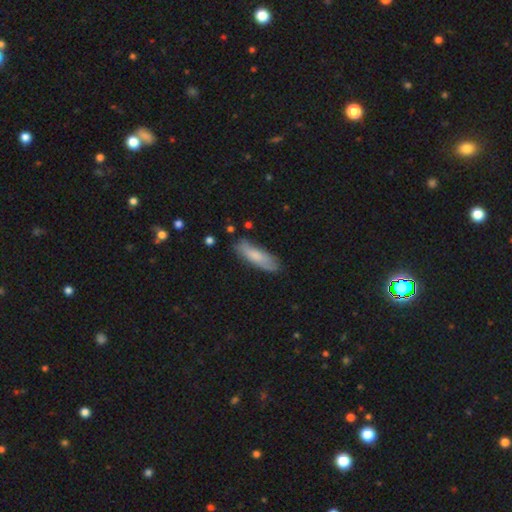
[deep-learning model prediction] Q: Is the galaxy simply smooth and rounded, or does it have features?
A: smooth — 74%.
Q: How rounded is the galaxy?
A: cigar-shaped — 56%.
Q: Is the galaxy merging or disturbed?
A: none — 77%.